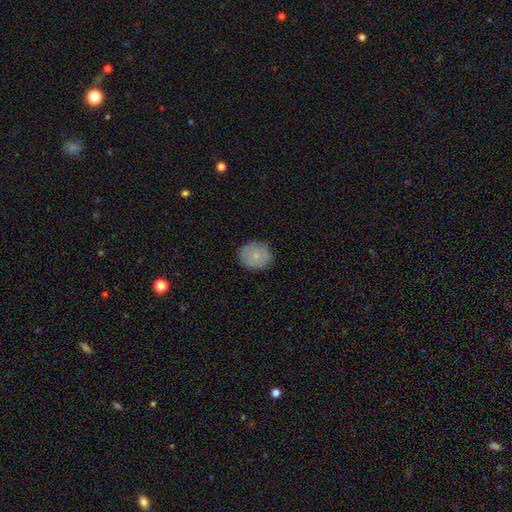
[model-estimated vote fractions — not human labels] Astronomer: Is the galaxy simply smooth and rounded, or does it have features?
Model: smooth — 75%.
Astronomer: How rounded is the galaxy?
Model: round — 83%.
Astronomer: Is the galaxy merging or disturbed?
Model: none — 85%.